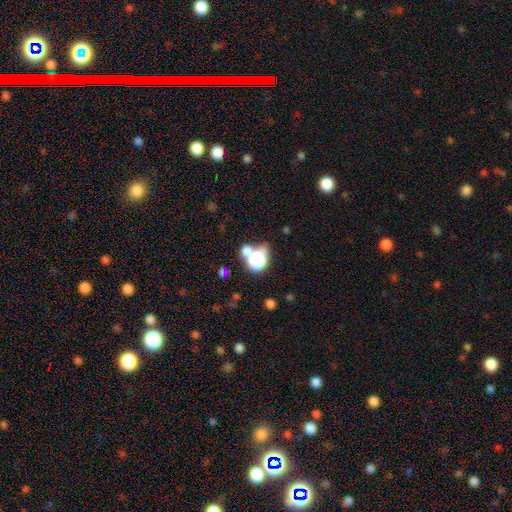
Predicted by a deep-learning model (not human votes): A smooth galaxy with no disk features (56%) that is round (73%).

Vote fractions:
- Smooth or featured? smooth: 56% / star or artifact: 33% / featured or disk: 10%
- How rounded? round: 73% / in between: 26% / cigar-shaped: 2%
- Merging? none: 53% / merger: 31% / minor disturbance: 10% / major disturbance: 6%